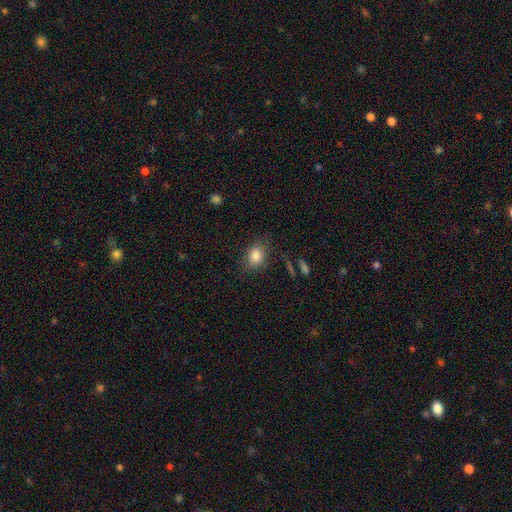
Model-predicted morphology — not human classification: A smooth galaxy with no disk features (84%) that is in between round and cigar-shaped (64%).

Vote fractions:
- Smooth or featured? smooth: 84% / star or artifact: 9% / featured or disk: 6%
- How rounded? in between: 64% / round: 34% / cigar-shaped: 1%
- Merging? none: 79% / minor disturbance: 14% / major disturbance: 5% / merger: 2%